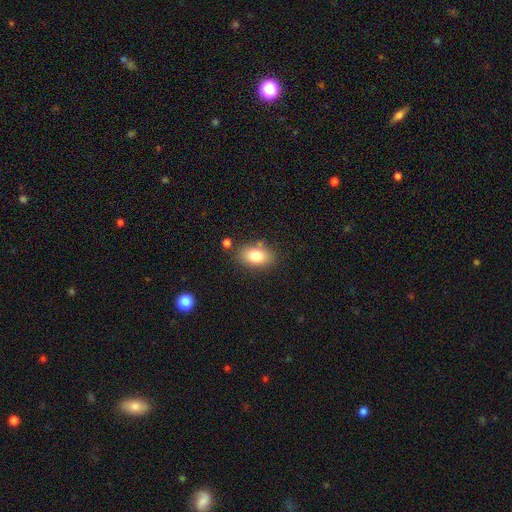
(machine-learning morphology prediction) type=smooth (81%); roundness=in between (88%); merging=none (78%).